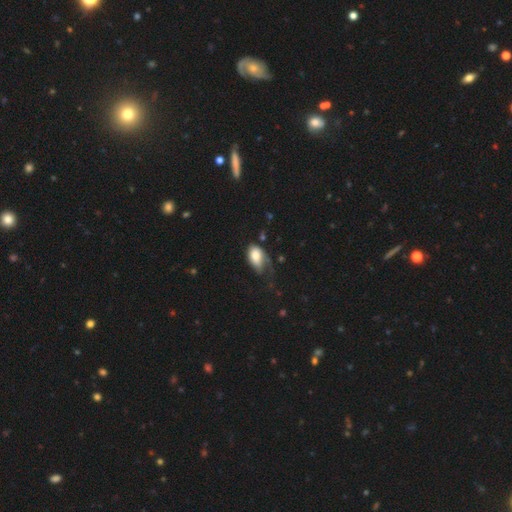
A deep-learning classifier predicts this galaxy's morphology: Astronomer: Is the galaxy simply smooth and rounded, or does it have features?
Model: smooth — 74%.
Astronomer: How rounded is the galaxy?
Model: in between — 89%.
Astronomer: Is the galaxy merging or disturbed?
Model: major disturbance — 39% (runner-up: minor disturbance, 32%).